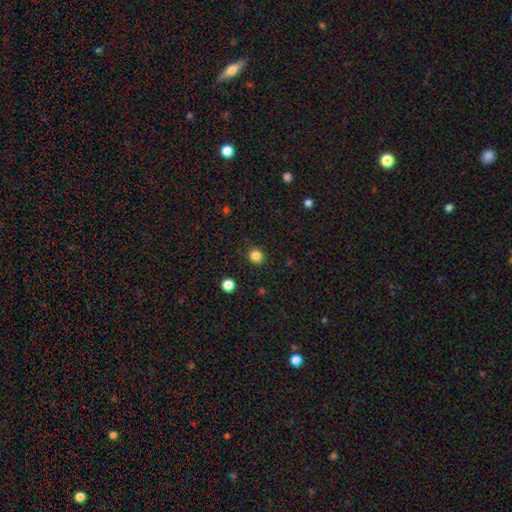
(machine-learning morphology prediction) Overall: smooth (83%). How rounded: round (89%). Merging: none (90%).